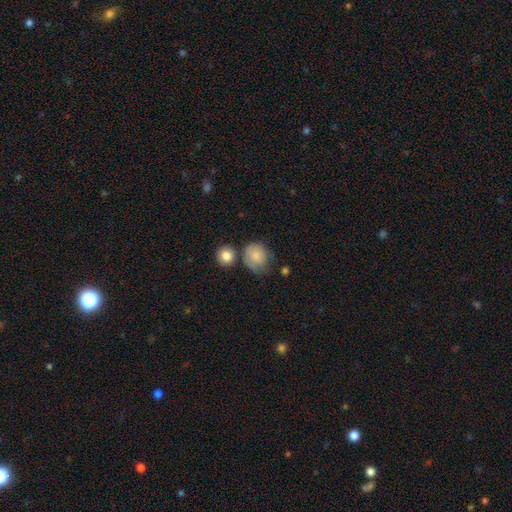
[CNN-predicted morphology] Smooth or featured: smooth — 74% (featured or disk — 19%)
How rounded: round — 67% (in between — 32%)
Merging: none — 45% (minor disturbance — 31%)